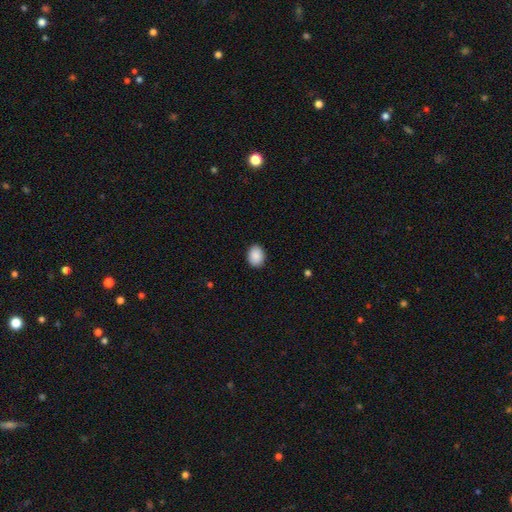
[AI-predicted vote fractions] Smooth or featured: smooth — 90% (star or artifact — 7%)
How rounded: in between — 60% (round — 39%)
Merging: none — 89% (minor disturbance — 8%)